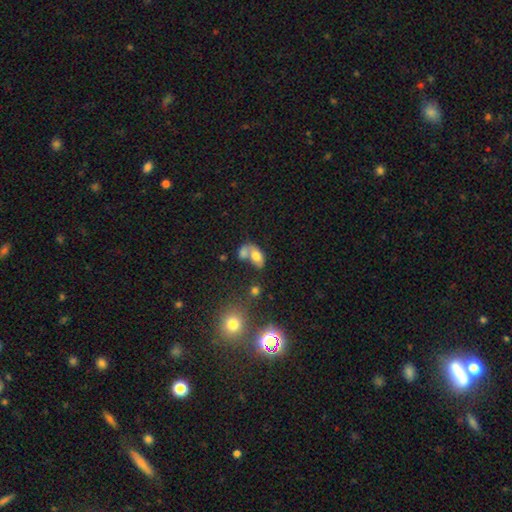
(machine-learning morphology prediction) A smooth galaxy with no disk features (71%) that is in between round and cigar-shaped (87%). Merging: merger (58%).